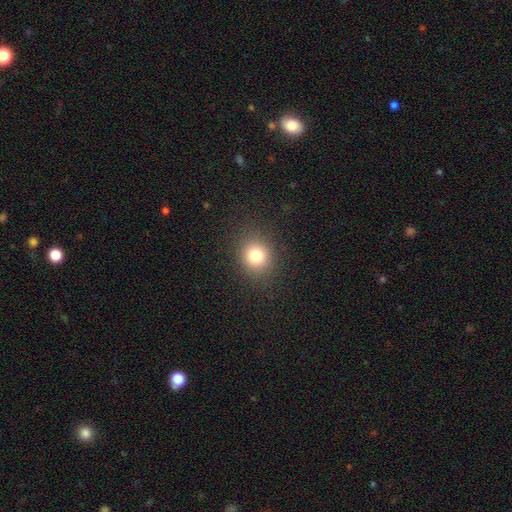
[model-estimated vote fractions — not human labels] Q: Smooth or featured?
A: smooth (80%); runner-up: star or artifact (13%)
Q: How rounded?
A: round (77%); runner-up: in between (23%)
Q: Merging?
A: none (88%); runner-up: minor disturbance (8%)